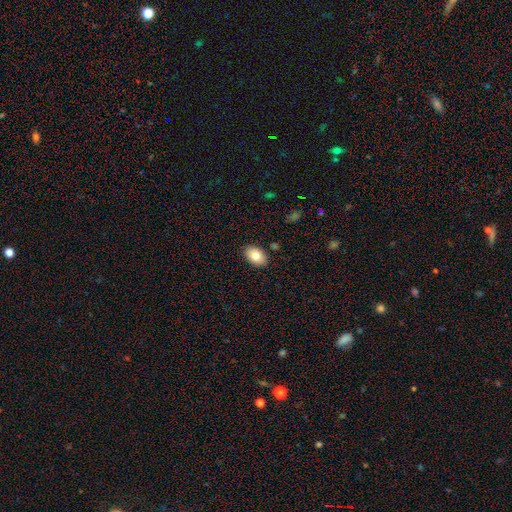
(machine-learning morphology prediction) This is clearly a smooth galaxy (82%). How rounded: clearly in between (88%). Merging: clearly none (87%).